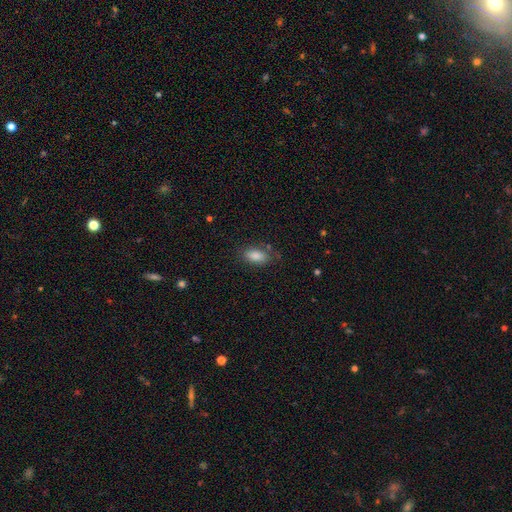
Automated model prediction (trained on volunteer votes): This is clearly a smooth galaxy (86%). How rounded: clearly in between (91%). Merging: likely none (76%).